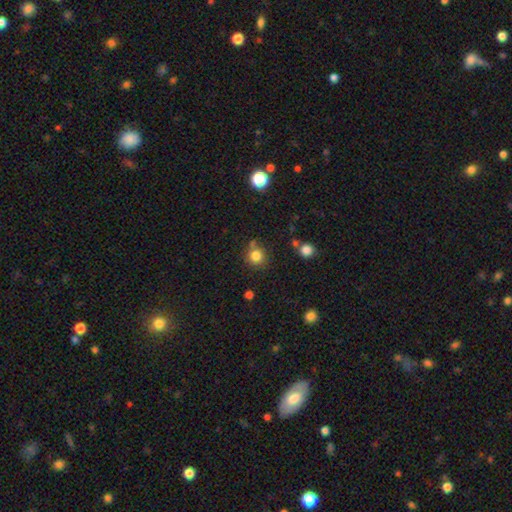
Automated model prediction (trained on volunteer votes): A smooth galaxy with no disk features (81%) that is round (90%).

Vote fractions:
- Smooth or featured? smooth: 81% / star or artifact: 13% / featured or disk: 6%
- How rounded? round: 90% / in between: 9% / cigar-shaped: 1%
- Merging? none: 71% / minor disturbance: 14% / merger: 11% / major disturbance: 4%